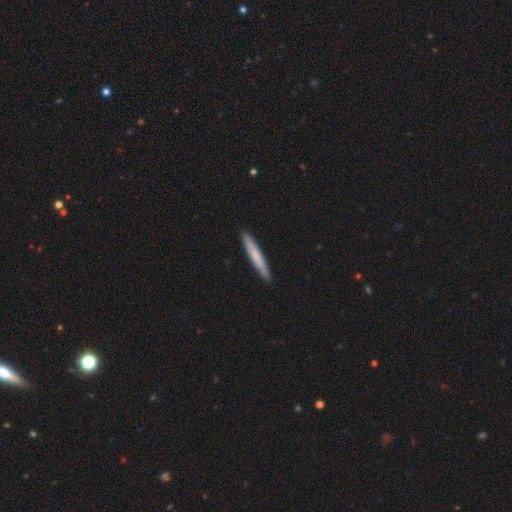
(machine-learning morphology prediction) type=smooth (69%); roundness=cigar-shaped (96%); merging=none (92%).